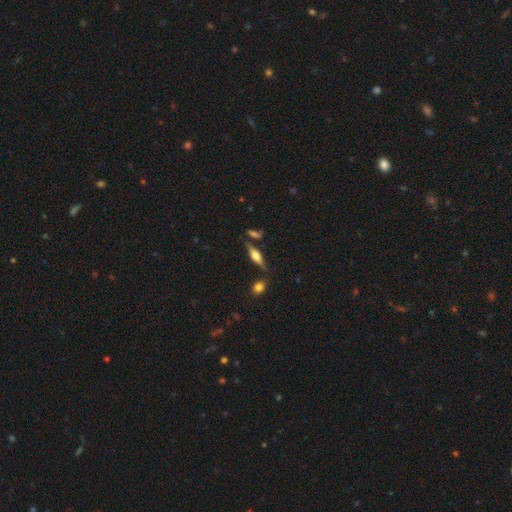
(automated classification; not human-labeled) This is likely a featured or disk galaxy (64%). It is clearly viewed edge-on (96%). Edge-on bulge: clearly rounded (83%). Merging: likely none (78%).